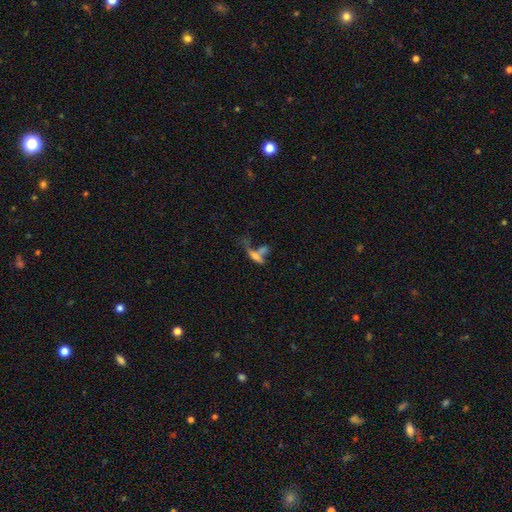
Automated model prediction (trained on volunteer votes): This is possibly a smooth galaxy (49%). Merging: possibly merger (46%).